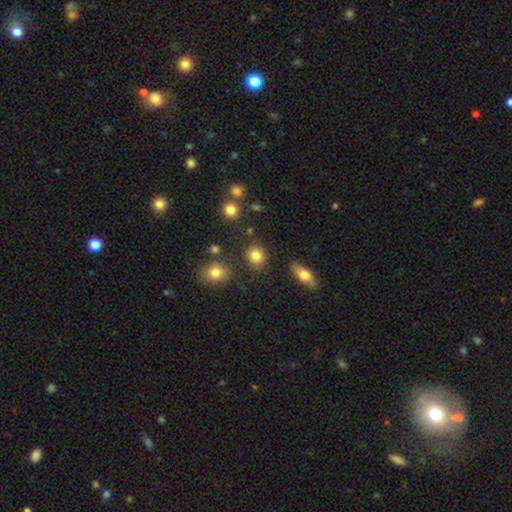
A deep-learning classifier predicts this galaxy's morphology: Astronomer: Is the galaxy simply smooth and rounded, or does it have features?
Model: smooth — 83%.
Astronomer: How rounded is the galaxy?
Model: round — 74%.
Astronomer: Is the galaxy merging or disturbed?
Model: none — 83%.